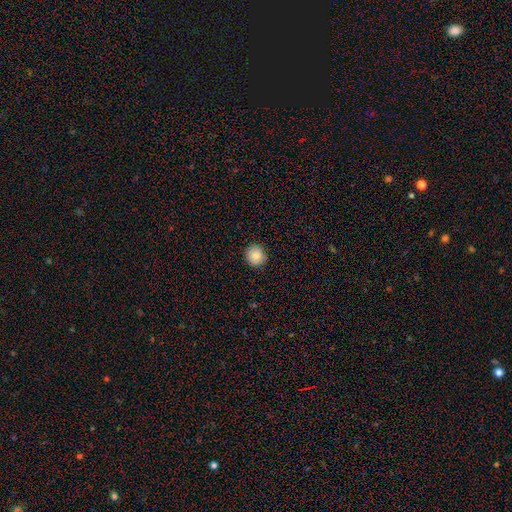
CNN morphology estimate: Smooth or featured: smooth — 83% (star or artifact — 9%)
How rounded: round — 90% (in between — 9%)
Merging: none — 90% (minor disturbance — 7%)